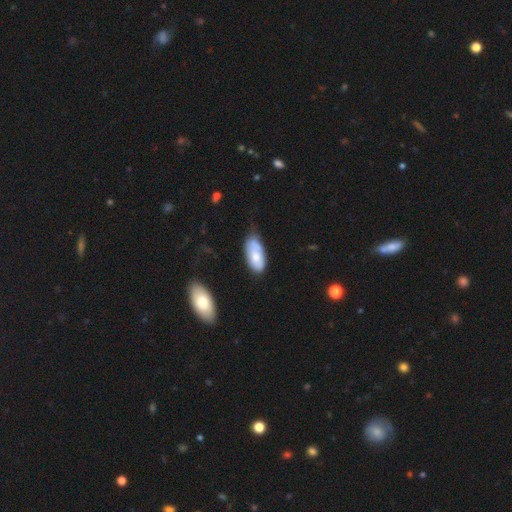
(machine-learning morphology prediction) Smooth or featured? smooth (72%)
How rounded? in between (90%)
Merging? none (49%)